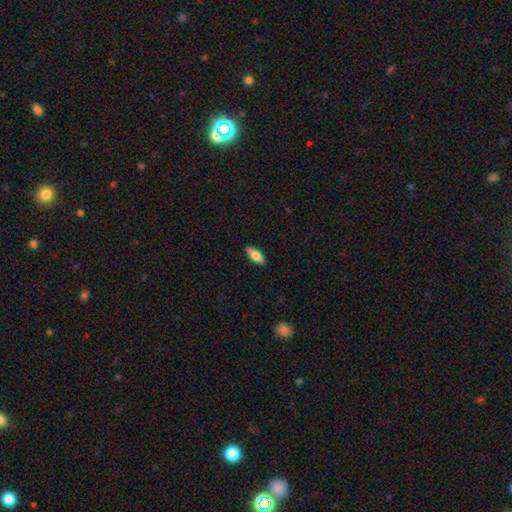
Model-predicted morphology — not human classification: Smooth or featured: smooth — 66% (featured or disk — 28%)
How rounded: in between — 75% (cigar-shaped — 22%)
Merging: none — 87% (minor disturbance — 10%)